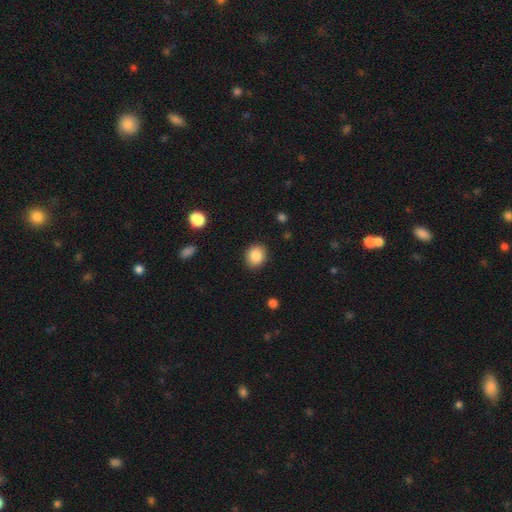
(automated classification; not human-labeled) Q: Smooth or featured?
A: smooth (86%); runner-up: star or artifact (9%)
Q: How rounded?
A: round (63%); runner-up: in between (36%)
Q: Merging?
A: none (88%); runner-up: minor disturbance (8%)